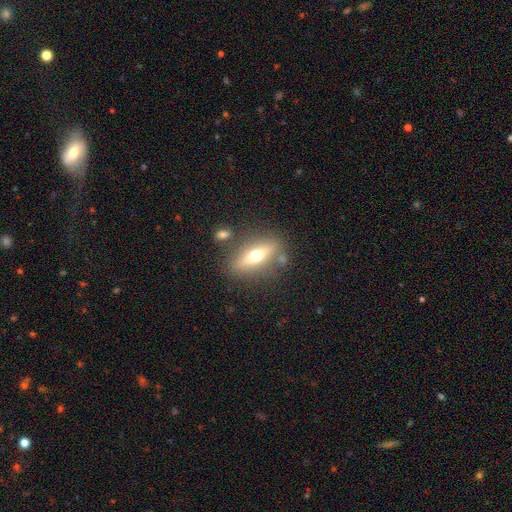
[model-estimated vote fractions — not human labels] Smooth or featured: featured or disk — 50% (smooth — 41%)
Merging: none — 78% (minor disturbance — 11%)